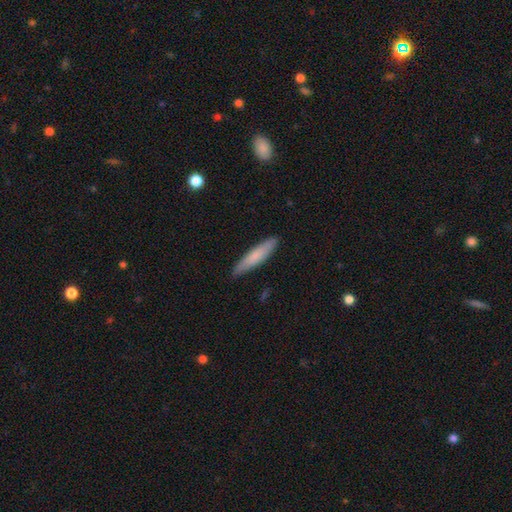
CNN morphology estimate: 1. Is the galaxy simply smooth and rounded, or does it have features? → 75% smooth, 20% featured or disk, 6% star or artifact.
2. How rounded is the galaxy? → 85% cigar-shaped, 14% in between, 1% round.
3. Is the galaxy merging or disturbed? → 86% none, 11% minor disturbance, 2% major disturbance, 1% merger.